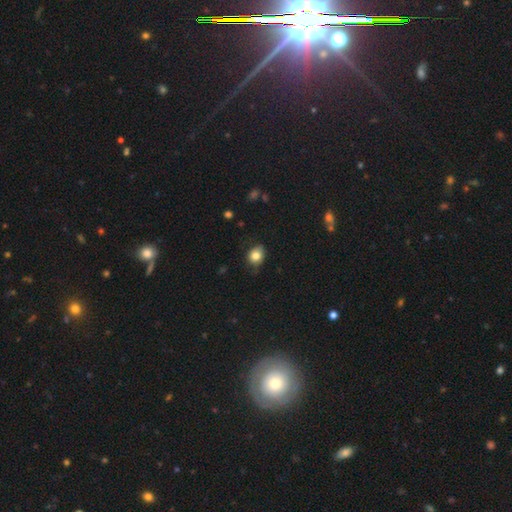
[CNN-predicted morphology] type=smooth (82%); roundness=round (50%); merging=none (74%).